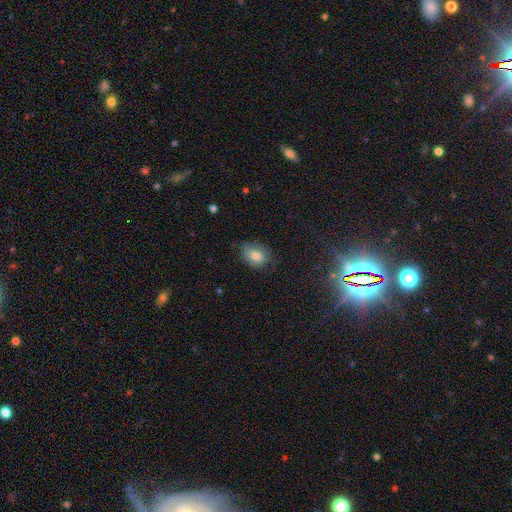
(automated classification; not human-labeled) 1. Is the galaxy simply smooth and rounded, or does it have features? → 82% smooth, 9% featured or disk, 8% star or artifact.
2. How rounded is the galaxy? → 76% in between, 23% round, 1% cigar-shaped.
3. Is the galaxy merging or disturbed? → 69% none, 24% minor disturbance, 6% major disturbance, 1% merger.